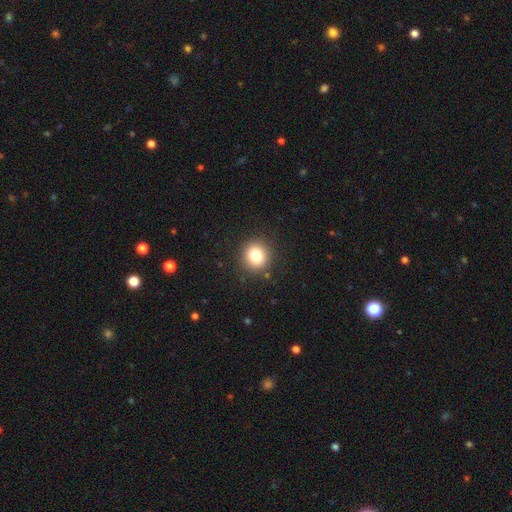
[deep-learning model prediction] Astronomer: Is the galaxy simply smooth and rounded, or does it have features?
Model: smooth — 81%.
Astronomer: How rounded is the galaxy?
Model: round — 88%.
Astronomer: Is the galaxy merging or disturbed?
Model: none — 89%.